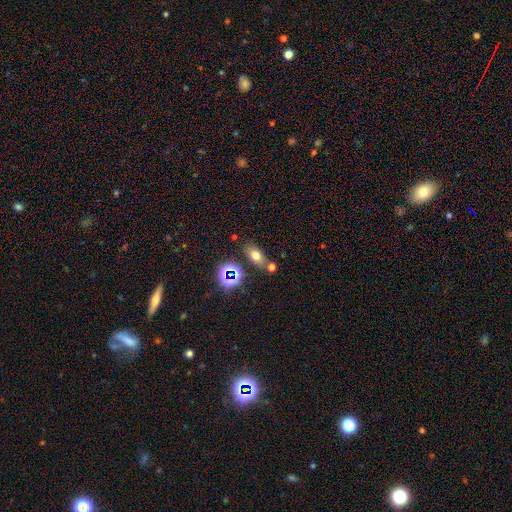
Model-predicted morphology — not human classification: This appears to be a smooth galaxy with no disk features (63%) that is in between round and cigar-shaped (74%). Merging: none (71%).